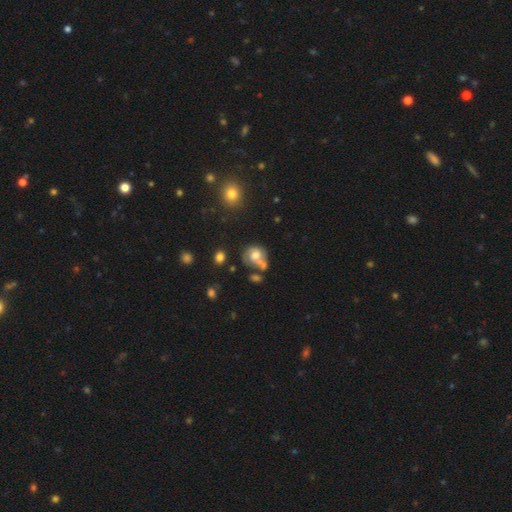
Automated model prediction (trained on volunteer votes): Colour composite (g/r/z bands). It shows a smooth galaxy with no disk features (59%) that is round (64%). Merging: merger (33%).